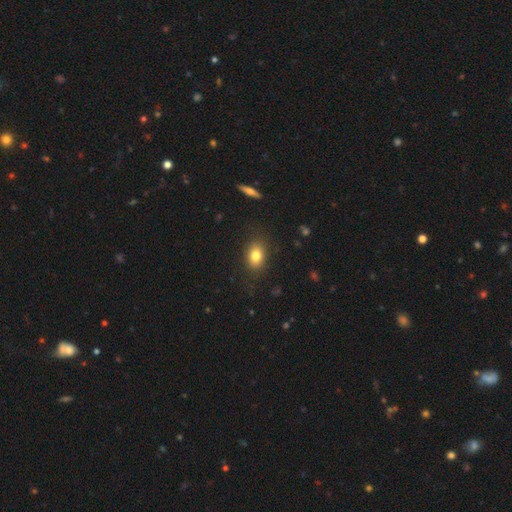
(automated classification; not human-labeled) Smooth or featured?
  - smooth: 80% *
  - star or artifact: 10%
  - featured or disk: 10%
How rounded?
  - in between: 72% *
  - round: 26%
  - cigar-shaped: 2%
Merging?
  - none: 84% *
  - minor disturbance: 11%
  - major disturbance: 3%
  - merger: 1%